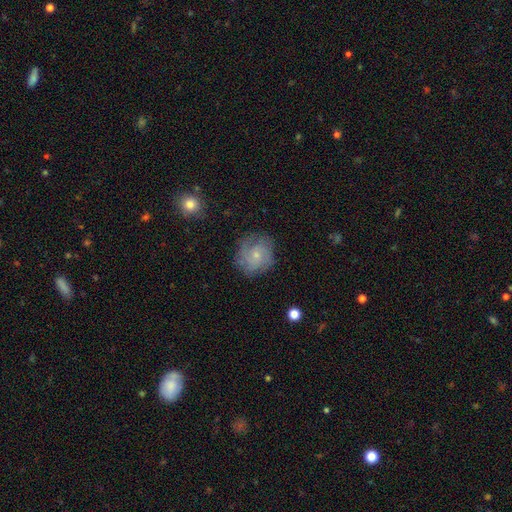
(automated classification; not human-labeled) Smooth or featured? featured or disk (60%)
Edge-on disk? no (98%)
Bar? no (77%)
Spiral arms? yes (87%)
Spiral winding? tight (53%)
Spiral arm count? can't tell (38%)
Bulge size? small (75%)
Merging? none (75%)